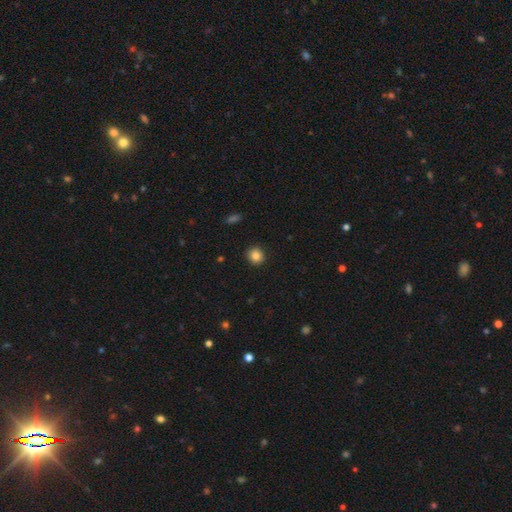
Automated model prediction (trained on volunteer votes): Morphology: type=smooth (85%); roundness=round (89%); merging=none (91%).